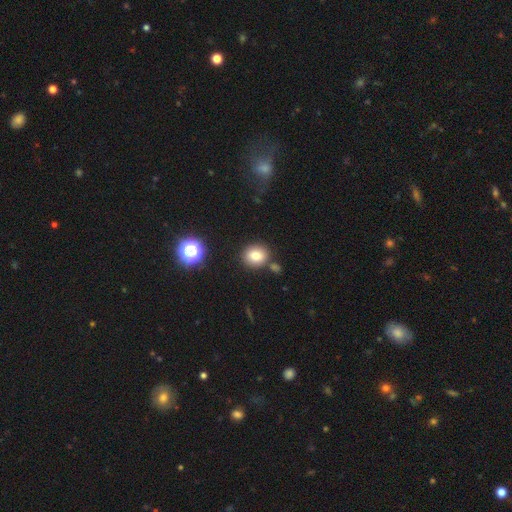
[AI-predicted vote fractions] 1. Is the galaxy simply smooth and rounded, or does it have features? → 79% smooth, 13% star or artifact, 8% featured or disk.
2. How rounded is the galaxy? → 81% round, 18% in between, 1% cigar-shaped.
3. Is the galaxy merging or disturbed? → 79% none, 9% minor disturbance, 9% merger, 3% major disturbance.